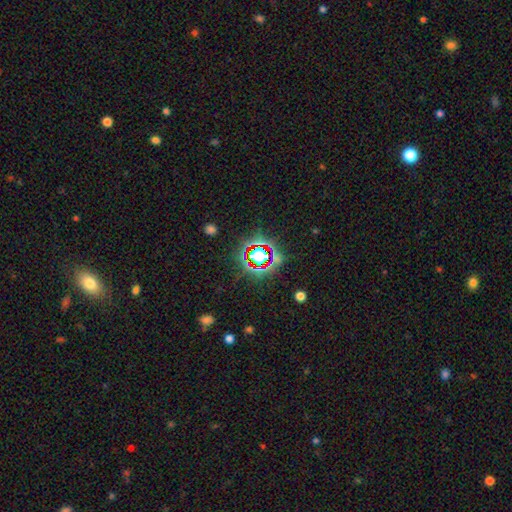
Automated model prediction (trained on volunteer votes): Morphology: type=star or artifact (73%).